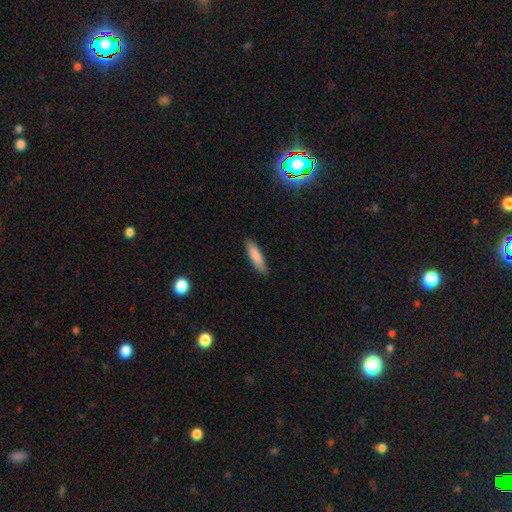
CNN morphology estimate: Smooth or featured? smooth (84%)
How rounded? cigar-shaped (73%)
Merging? none (89%)